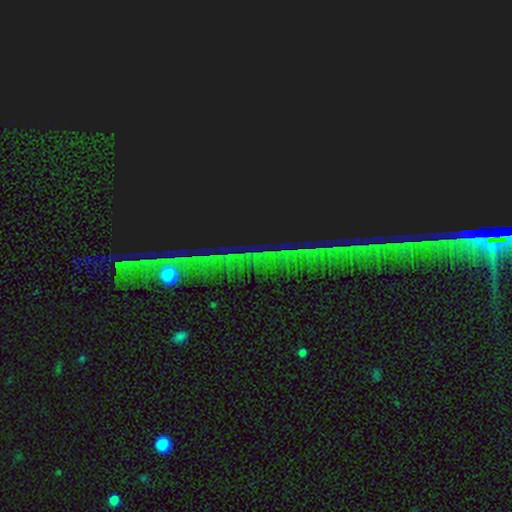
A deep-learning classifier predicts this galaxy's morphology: A star or artifact, not a galaxy (83%).